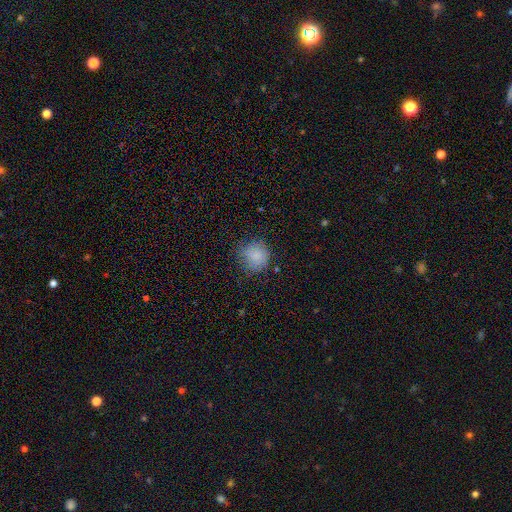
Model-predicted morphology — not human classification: Smooth or featured? smooth (81%)
How rounded? round (89%)
Merging? none (73%)